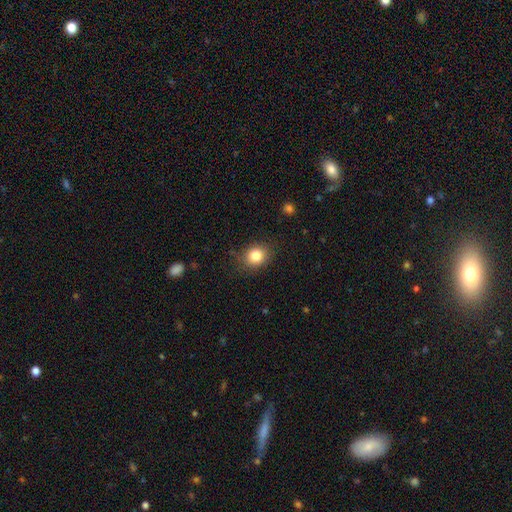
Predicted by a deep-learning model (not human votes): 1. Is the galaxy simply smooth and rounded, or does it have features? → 83% smooth, 11% star or artifact, 6% featured or disk.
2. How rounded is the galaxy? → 67% round, 32% in between, 1% cigar-shaped.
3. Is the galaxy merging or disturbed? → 83% none, 13% minor disturbance, 3% major disturbance, 1% merger.